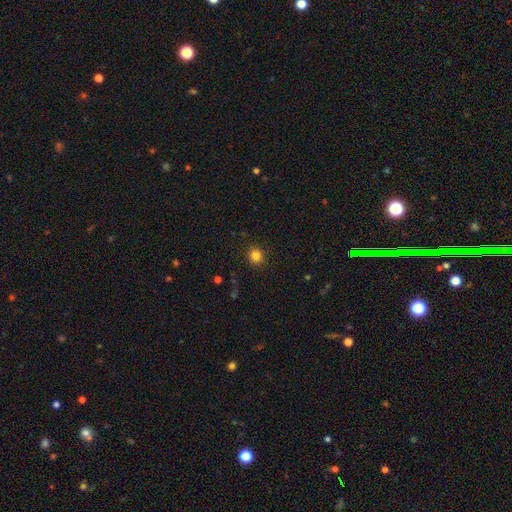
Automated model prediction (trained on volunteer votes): smooth 83%, star or artifact 13%, featured or disk 4%. Down the decision tree: how rounded — round (85%); merging — none (90%).